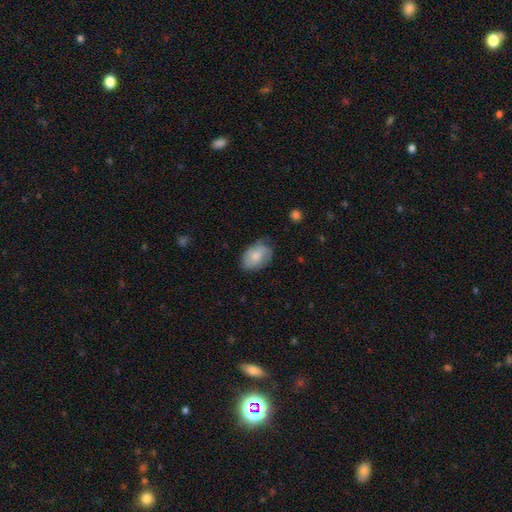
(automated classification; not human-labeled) This is likely a smooth galaxy (67%). How rounded: clearly in between (83%). Merging: likely none (62%).